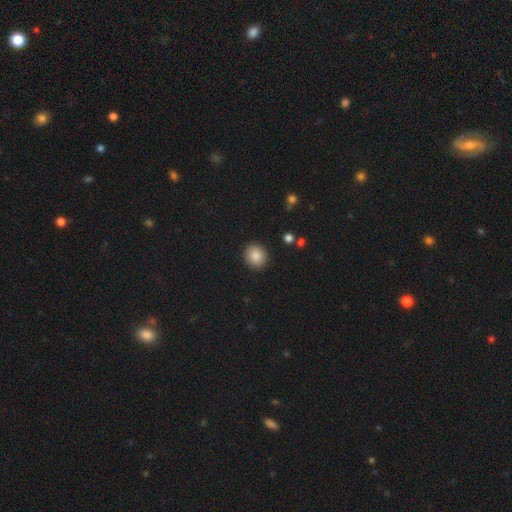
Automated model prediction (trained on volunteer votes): Smooth or featured? smooth (87%)
How rounded? round (83%)
Merging? none (90%)